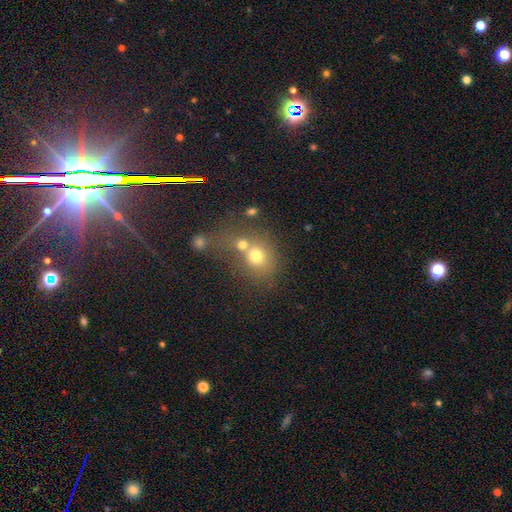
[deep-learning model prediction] smooth-or-featured: smooth: 70% | star or artifact: 15% | featured or disk: 15%
  how-rounded: round: 71% | in between: 28% | cigar-shaped: 1%
  merging: merger: 45% | none: 40% | minor disturbance: 9% | major disturbance: 6%